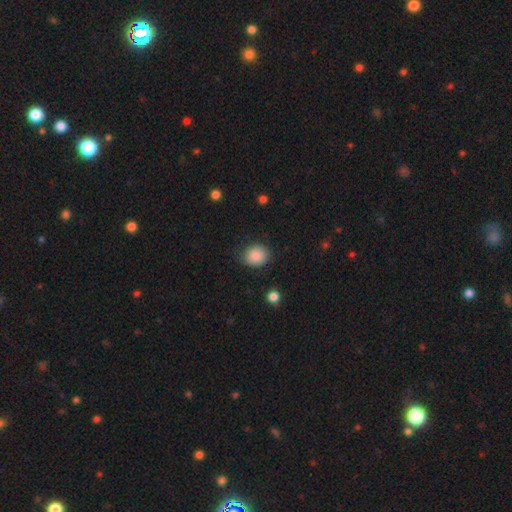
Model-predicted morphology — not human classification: Smooth or featured?
  - smooth: 88% *
  - star or artifact: 8%
  - featured or disk: 4%
How rounded?
  - round: 63% *
  - in between: 36%
  - cigar-shaped: 1%
Merging?
  - none: 82% *
  - minor disturbance: 13%
  - major disturbance: 4%
  - merger: 1%